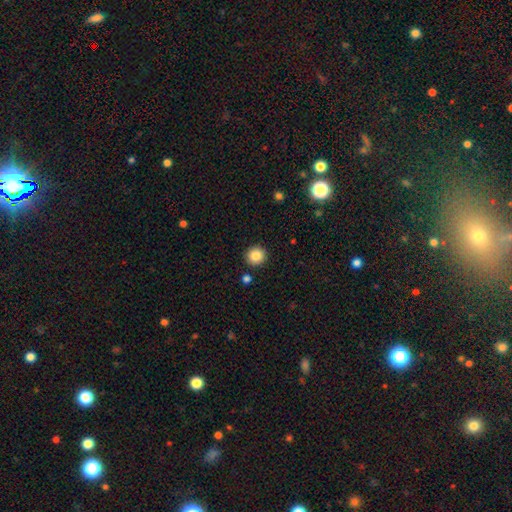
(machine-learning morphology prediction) Overall: smooth (85%). How rounded: round (92%). Merging: none (90%).